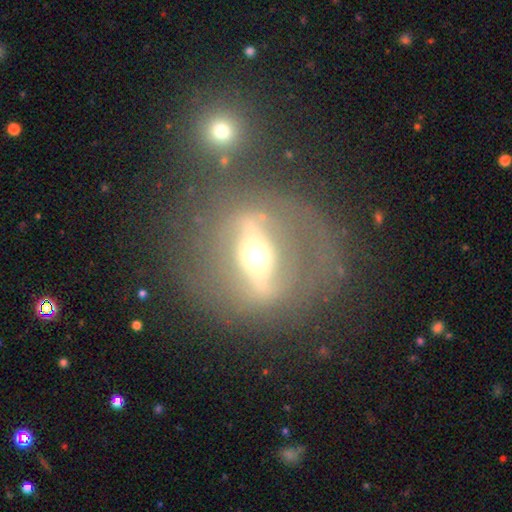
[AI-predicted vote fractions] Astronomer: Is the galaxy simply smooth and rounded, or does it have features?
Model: featured or disk — 76%.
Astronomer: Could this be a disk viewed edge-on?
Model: no — 69%.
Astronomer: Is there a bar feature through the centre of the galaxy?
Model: strong — 73%.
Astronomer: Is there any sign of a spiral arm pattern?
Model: no — 74%.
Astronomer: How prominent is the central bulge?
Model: moderate — 61%.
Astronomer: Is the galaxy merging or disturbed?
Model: none — 68%.